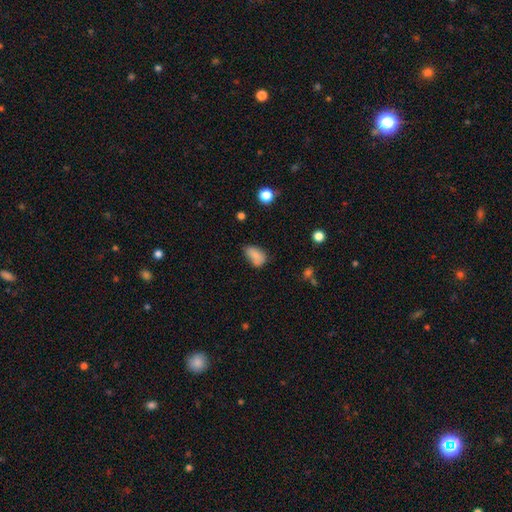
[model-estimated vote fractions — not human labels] Morphology: type=smooth (79%); roundness=in between (87%); merging=none (42%).